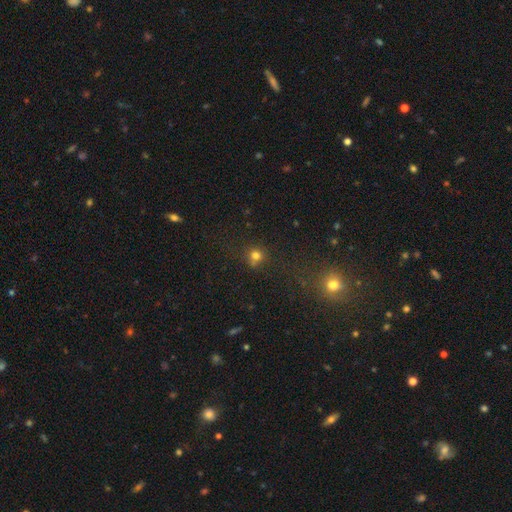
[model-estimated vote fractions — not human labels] Overall: smooth (74%). How rounded: round (88%). Merging: none (68%).